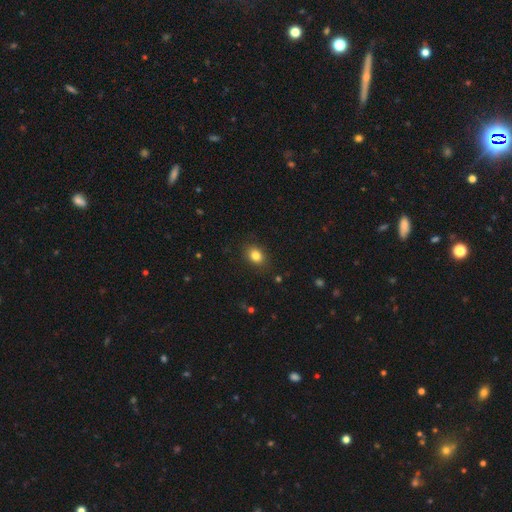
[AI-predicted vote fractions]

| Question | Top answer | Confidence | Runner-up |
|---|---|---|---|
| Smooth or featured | smooth | 83% | star or artifact (11%) |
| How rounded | in between | 62% | round (37%) |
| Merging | none | 86% | minor disturbance (10%) |